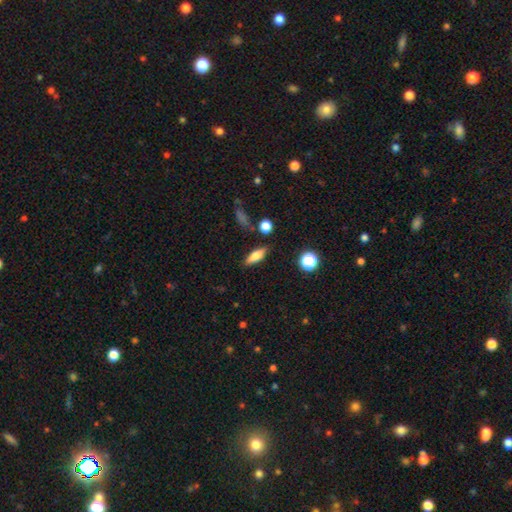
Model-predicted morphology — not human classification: smooth 68%, featured or disk 23%, star or artifact 9%. Down the decision tree: how rounded — in between (59%); merging — none (81%).